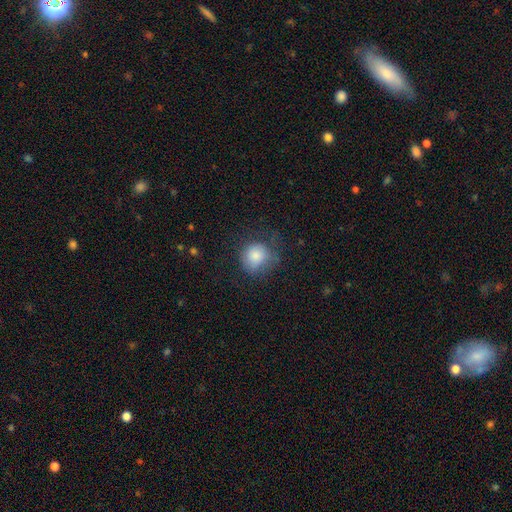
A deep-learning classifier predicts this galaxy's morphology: A smooth galaxy with no disk features (82%) that is round (83%). Merging: none (55%).